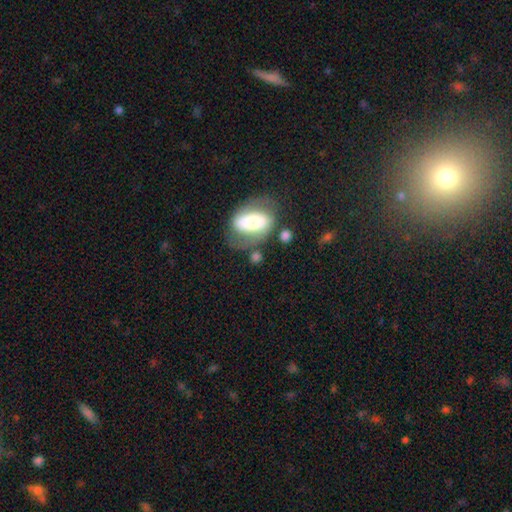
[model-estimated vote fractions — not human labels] Q: Smooth or featured?
A: featured or disk (46%); runner-up: smooth (45%)
Q: Merging?
A: none (58%); runner-up: minor disturbance (21%)